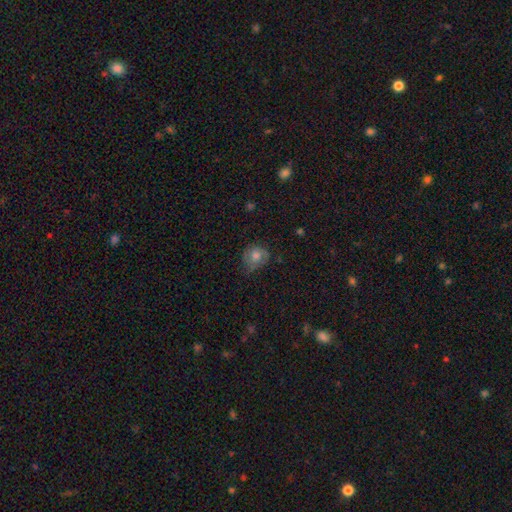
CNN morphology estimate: Smooth or featured: smooth — 63% (featured or disk — 27%)
How rounded: round — 71% (in between — 28%)
Merging: none — 56% (minor disturbance — 30%)